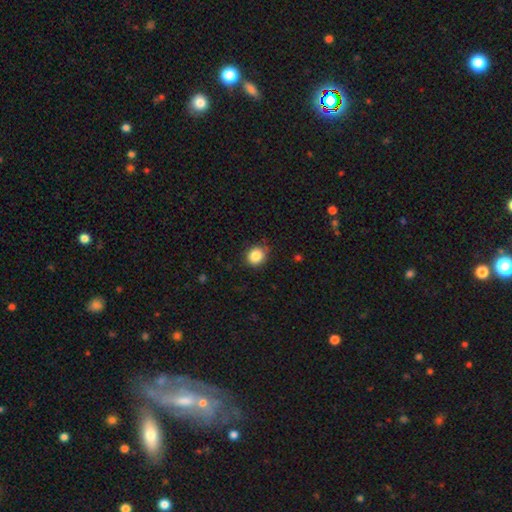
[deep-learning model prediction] Q: Smooth or featured?
A: smooth (86%); runner-up: star or artifact (10%)
Q: How rounded?
A: round (81%); runner-up: in between (19%)
Q: Merging?
A: none (80%); runner-up: minor disturbance (16%)